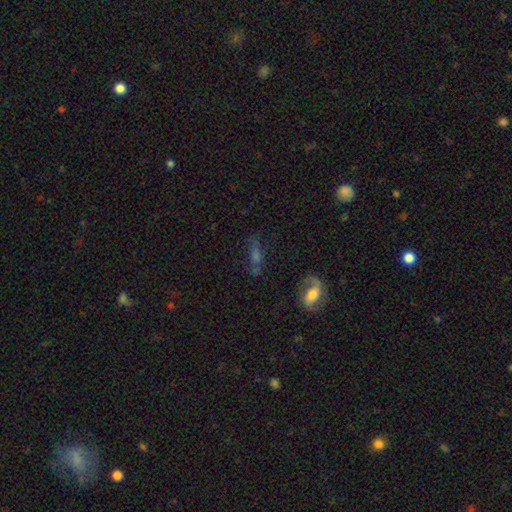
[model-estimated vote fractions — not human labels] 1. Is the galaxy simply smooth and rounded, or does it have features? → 44% featured or disk, 35% smooth, 21% star or artifact.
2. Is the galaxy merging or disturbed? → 60% none, 18% minor disturbance, 13% major disturbance, 8% merger.